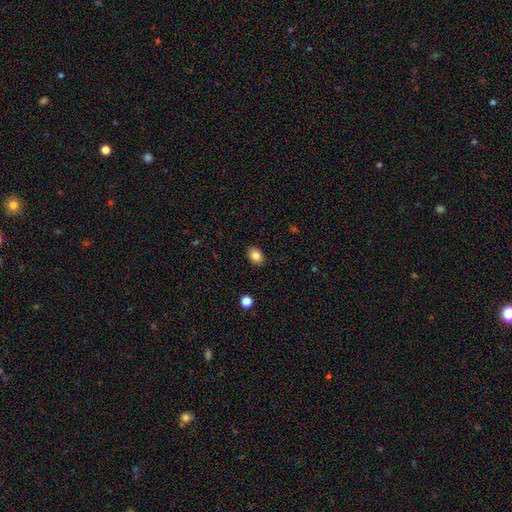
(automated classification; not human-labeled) Overall: smooth (82%). How rounded: in between (77%). Merging: none (89%).